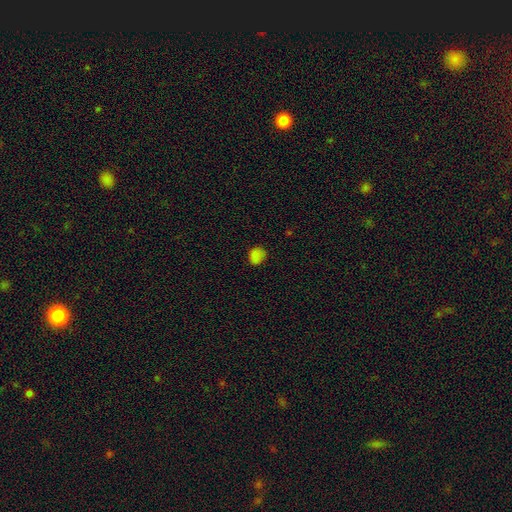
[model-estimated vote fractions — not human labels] Q: Smooth or featured?
A: smooth (78%); runner-up: star or artifact (17%)
Q: How rounded?
A: round (64%); runner-up: in between (35%)
Q: Merging?
A: none (76%); runner-up: minor disturbance (18%)